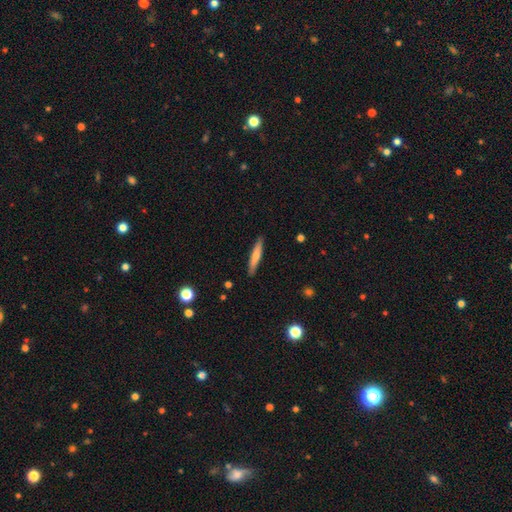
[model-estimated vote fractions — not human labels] smooth_or_featured: smooth (p=0.66) [alt: featured or disk p=0.28]
how_rounded: cigar-shaped (p=0.92) [alt: in between p=0.07]
merging: none (p=0.89) [alt: minor disturbance p=0.08]